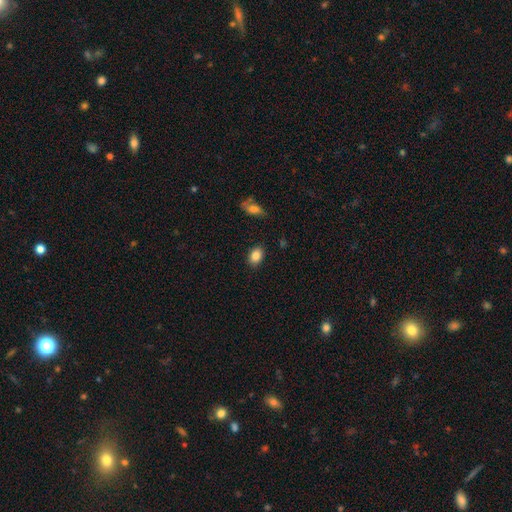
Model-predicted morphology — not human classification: type=smooth (85%); roundness=in between (73%); merging=none (87%).